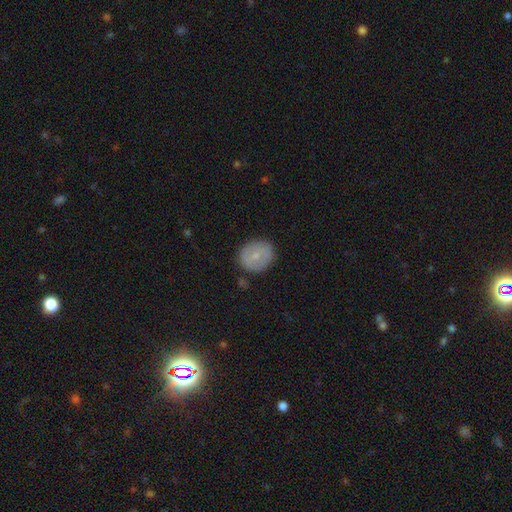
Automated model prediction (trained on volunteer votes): Smooth or featured: smooth — 63% (featured or disk — 29%)
How rounded: round — 79% (in between — 20%)
Merging: none — 84% (minor disturbance — 11%)